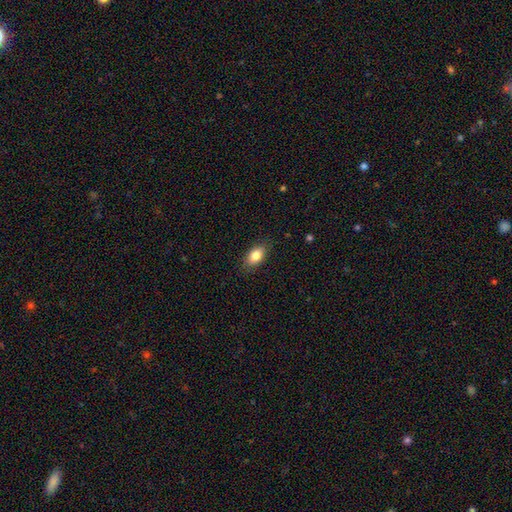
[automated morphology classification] Smooth or featured? smooth (83%)
How rounded? in between (89%)
Merging? none (86%)